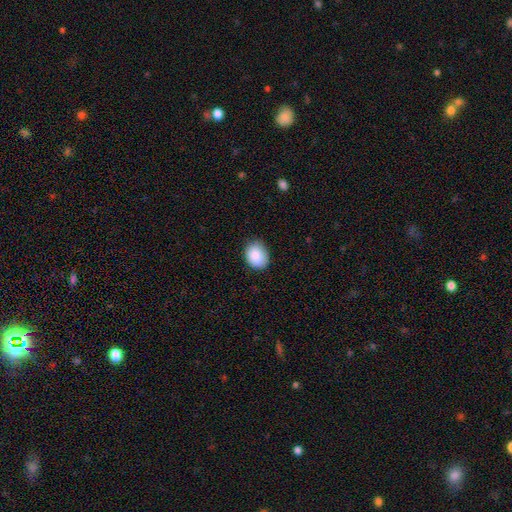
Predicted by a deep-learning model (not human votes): smooth 89%, star or artifact 7%, featured or disk 4%. Down the decision tree: how rounded — in between (63%); merging — none (79%).